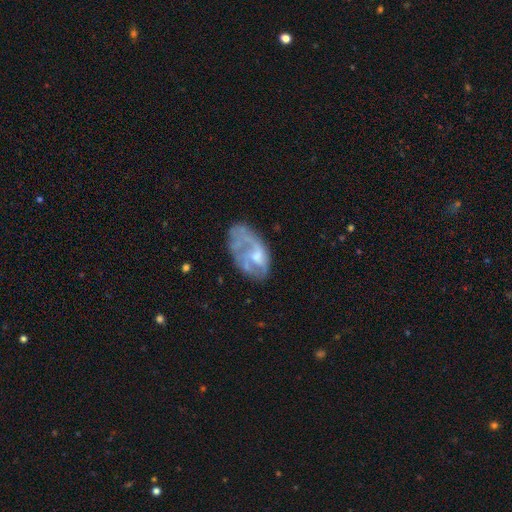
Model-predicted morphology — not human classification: Smooth or featured?
  - featured or disk: 59% *
  - smooth: 33%
  - star or artifact: 8%
Edge-on disk?
  - no: 95% *
  - yes: 5%
Bar?
  - no: 72% *
  - weak: 24%
  - strong: 4%
Spiral arms?
  - no: 55% *
  - yes: 45%
Bulge size?
  - moderate: 38% *
  - small: 31%
  - none: 25%
  - large: 5%
  - dominant: 1%
Merging?
  - none: 40% *
  - major disturbance: 29%
  - minor disturbance: 26%
  - merger: 6%